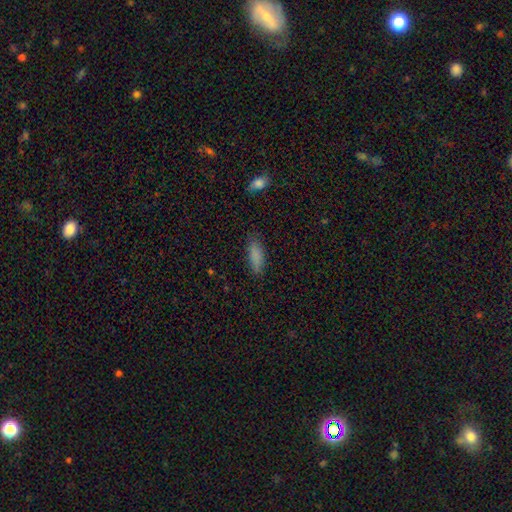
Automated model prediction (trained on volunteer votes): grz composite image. It shows a smooth galaxy with no disk features (85%) that is in between round and cigar-shaped (58%). Merging: none (81%).